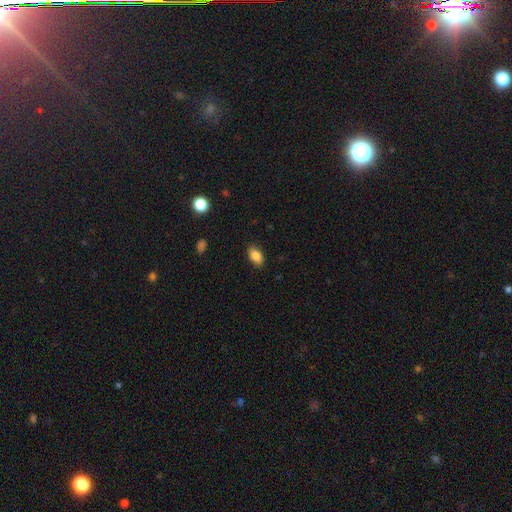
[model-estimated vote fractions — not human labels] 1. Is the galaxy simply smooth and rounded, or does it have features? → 85% smooth, 8% star or artifact, 7% featured or disk.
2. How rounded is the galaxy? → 89% in between, 8% round, 3% cigar-shaped.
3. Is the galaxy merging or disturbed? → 87% none, 10% minor disturbance, 2% major disturbance, 1% merger.